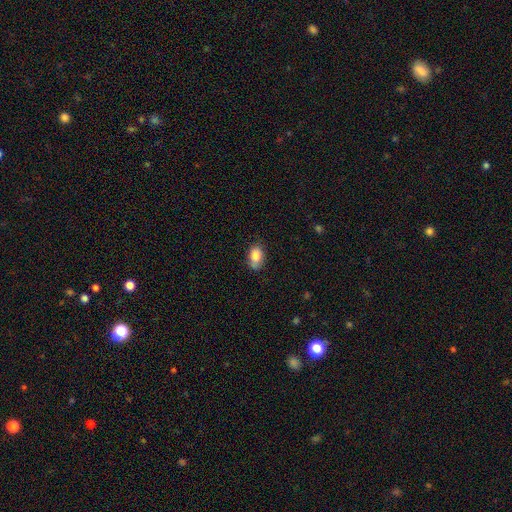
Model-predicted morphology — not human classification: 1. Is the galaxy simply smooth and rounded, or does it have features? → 84% smooth, 8% featured or disk, 8% star or artifact.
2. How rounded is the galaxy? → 87% in between, 12% round, 1% cigar-shaped.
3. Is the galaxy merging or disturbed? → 67% none, 26% minor disturbance, 5% major disturbance, 2% merger.